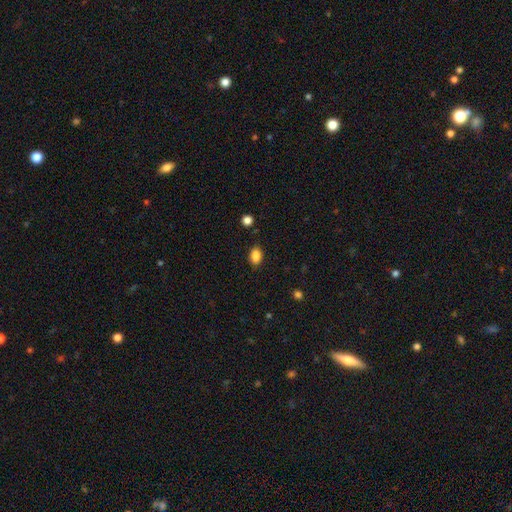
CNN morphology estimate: smooth-or-featured: smooth: 86% | star or artifact: 9% | featured or disk: 4%
  how-rounded: in between: 82% | round: 16% | cigar-shaped: 1%
  merging: none: 85% | minor disturbance: 11% | major disturbance: 3% | merger: 1%